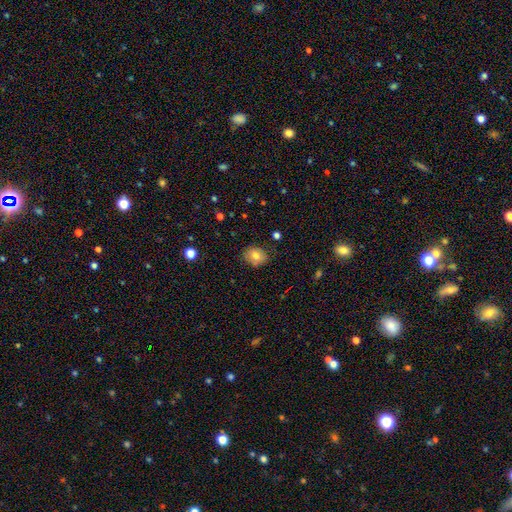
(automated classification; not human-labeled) Overall: smooth (73%). How rounded: round (52%; in between 47%). Merging: none (76%).